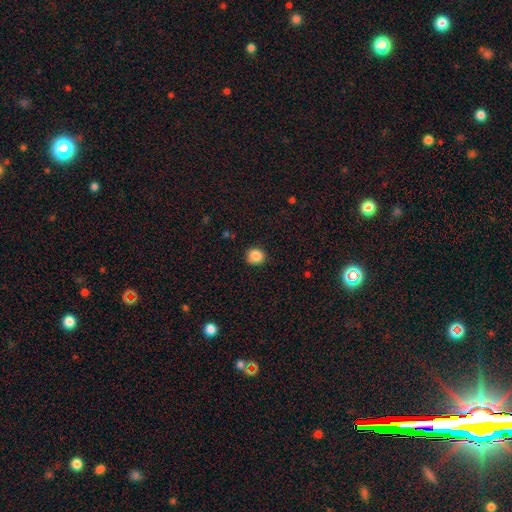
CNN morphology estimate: Smooth or featured? smooth (87%)
How rounded? round (88%)
Merging? none (89%)